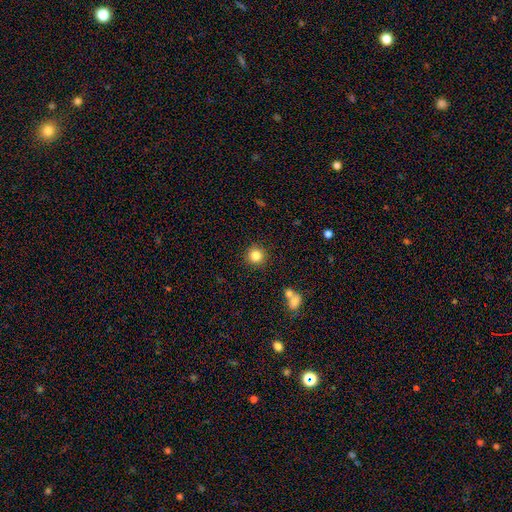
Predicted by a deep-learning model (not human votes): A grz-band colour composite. It shows a smooth galaxy with no disk features (83%) that is round (94%). Merging: none (89%).